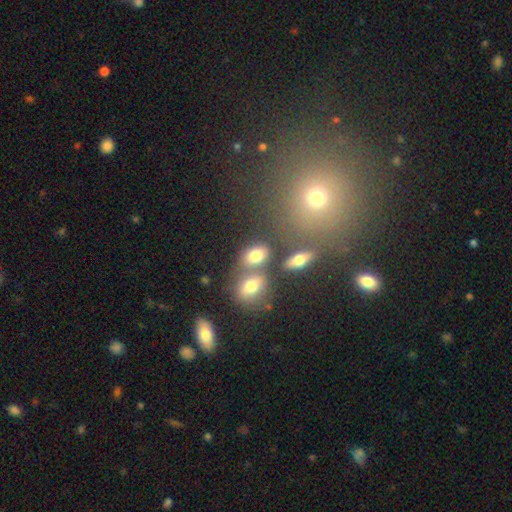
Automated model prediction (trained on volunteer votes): A smooth galaxy with no disk features (75%) that is in between round and cigar-shaped (76%). Merging: none (50%).